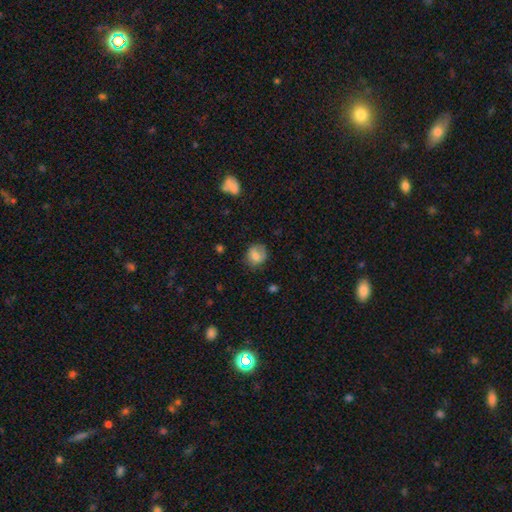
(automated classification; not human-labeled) This appears to be a smooth galaxy with no disk features (73%) that is round (73%). Merging: none (68%).